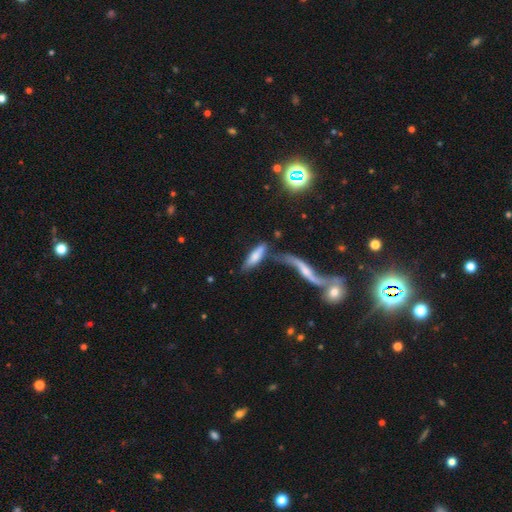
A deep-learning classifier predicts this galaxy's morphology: smooth 64%, featured or disk 29%, star or artifact 7%. Down the decision tree: how rounded — cigar-shaped (57%); merging — none (39%).